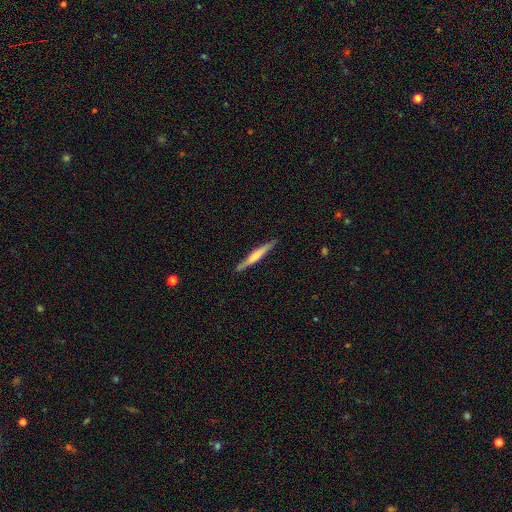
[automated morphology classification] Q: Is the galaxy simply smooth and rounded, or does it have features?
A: featured or disk — 50%.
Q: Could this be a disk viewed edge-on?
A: yes — 97%.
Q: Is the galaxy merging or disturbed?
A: none — 88%.